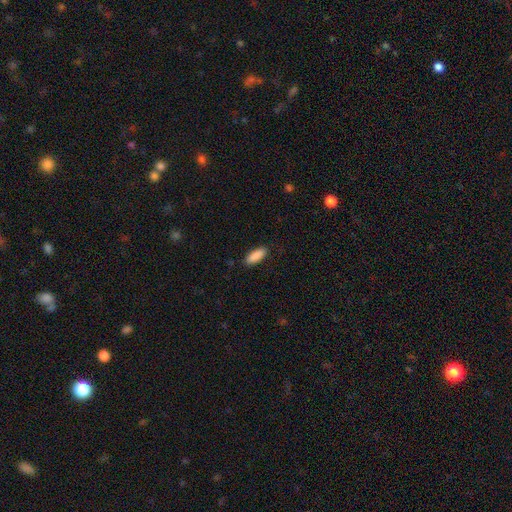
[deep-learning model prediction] smooth 90%, star or artifact 6%, featured or disk 4%. Down the decision tree: how rounded — in between (69%); merging — none (88%).